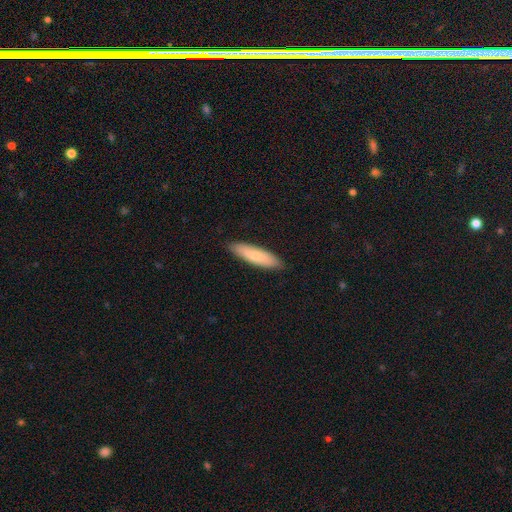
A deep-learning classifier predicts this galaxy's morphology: type=smooth (77%); roundness=cigar-shaped (71%); merging=none (88%).